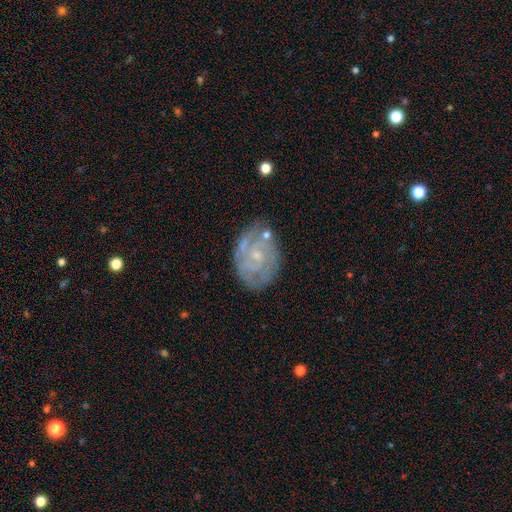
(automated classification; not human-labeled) The model was most divided on "spiral arm count": 2: 37%, can't tell: 29%, 3: 18%, 4: 7%, 1: 5%, more than 4: 4%. More confident: edge-on disk — no (97%); spiral arms — yes (92%); smooth or featured — featured or disk (82%); bulge size — small (75%); merging — none (71%); bar — no (68%); spiral winding — tight (63%).